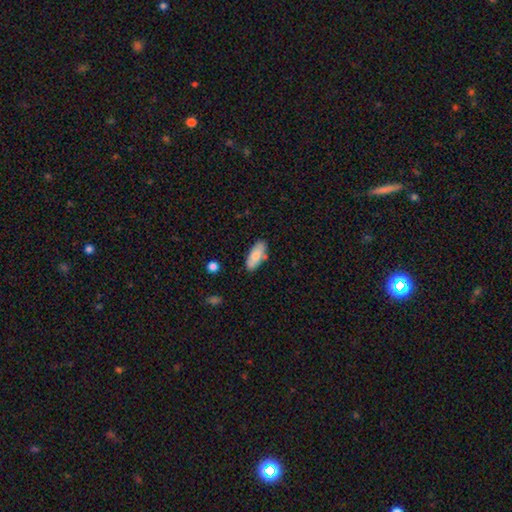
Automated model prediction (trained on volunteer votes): Smooth or featured? smooth (75%)
How rounded? in between (79%)
Merging? none (79%)